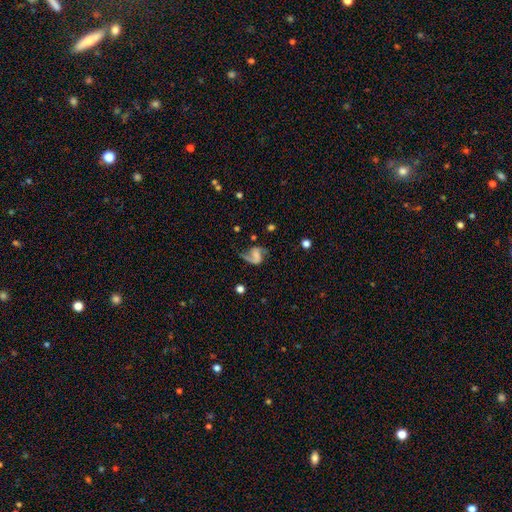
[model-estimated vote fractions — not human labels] Q: Smooth or featured?
A: featured or disk (73%); runner-up: smooth (18%)
Q: Edge-on disk?
A: no (98%); runner-up: yes (2%)
Q: Bar?
A: no (41%); runner-up: weak (38%)
Q: Spiral arms?
A: yes (92%); runner-up: no (8%)
Q: Spiral winding?
A: loose (57%); runner-up: medium (33%)
Q: Spiral arm count?
A: 2 (70%); runner-up: 1 (23%)
Q: Bulge size?
A: none (54%); runner-up: small (26%)
Q: Merging?
A: none (49%); runner-up: major disturbance (25%)